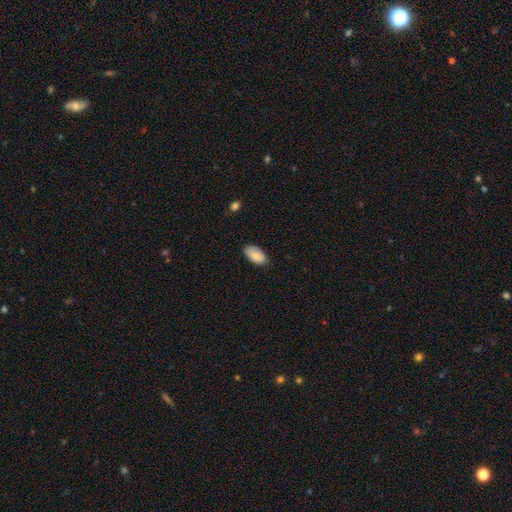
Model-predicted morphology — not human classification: Smooth or featured? smooth (84%)
How rounded? in between (95%)
Merging? none (77%)